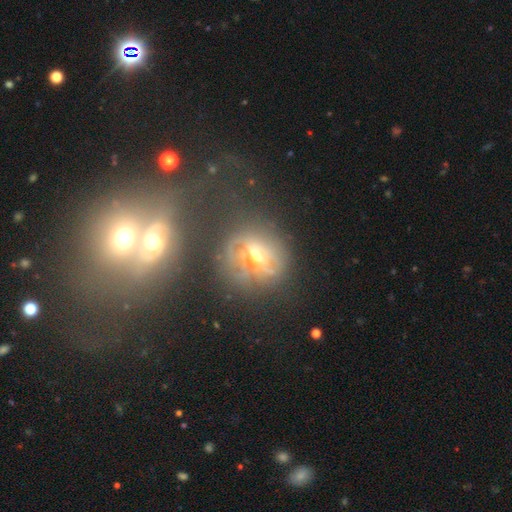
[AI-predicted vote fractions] A featured or disk galaxy (60%) with no bar (52%), spiral arms (59%) and a moderate central bulge (62%).

Vote fractions:
- Smooth or featured? featured or disk: 60% / smooth: 23% / star or artifact: 18%
- Edge-on disk? no: 93% / yes: 7%
- Bar? no: 52% / weak: 33% / strong: 15%
- Spiral arms? yes: 59% / no: 41%
- Bulge size? moderate: 62% / small: 29% / large: 5% / none: 2% / dominant: 2%
- Merging? none: 51% / major disturbance: 17% / minor disturbance: 17% / merger: 15%